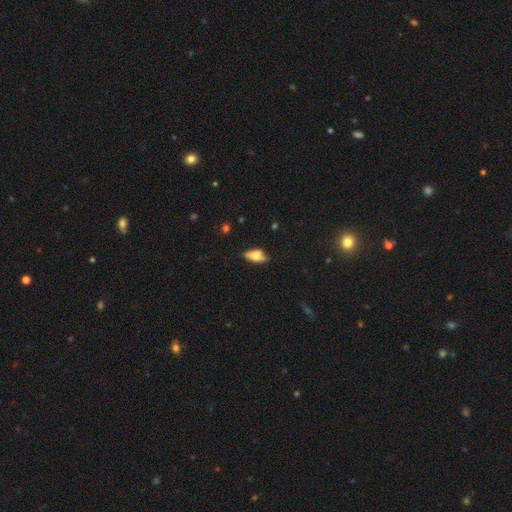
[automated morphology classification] A smooth galaxy with no disk features (58%) that is in between round and cigar-shaped (83%). Merging: none (68%).